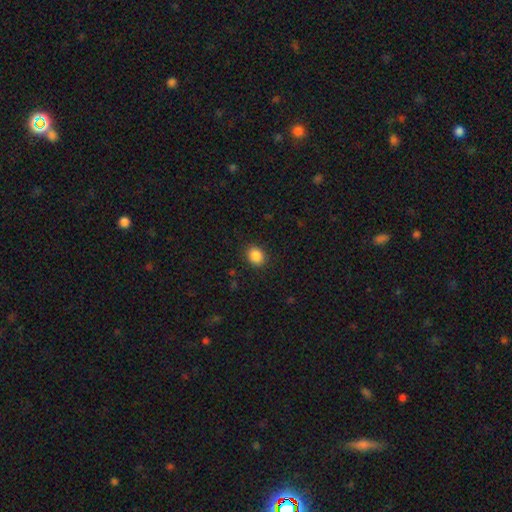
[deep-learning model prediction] Q: Smooth or featured?
A: smooth (87%); runner-up: star or artifact (9%)
Q: How rounded?
A: round (59%); runner-up: in between (40%)
Q: Merging?
A: none (89%); runner-up: minor disturbance (8%)